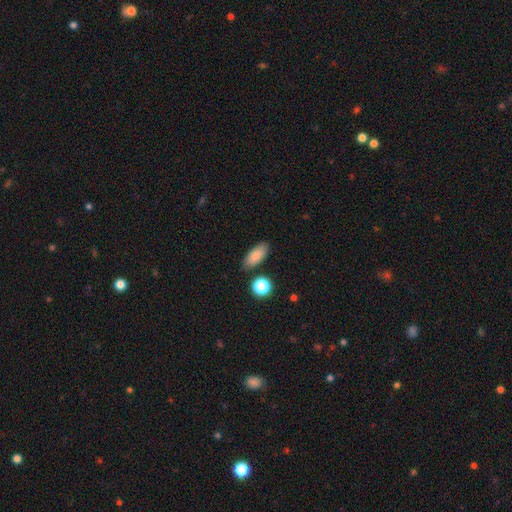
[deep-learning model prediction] A smooth galaxy with no disk features (84%) that is in between round and cigar-shaped (84%). Merging: none (82%).